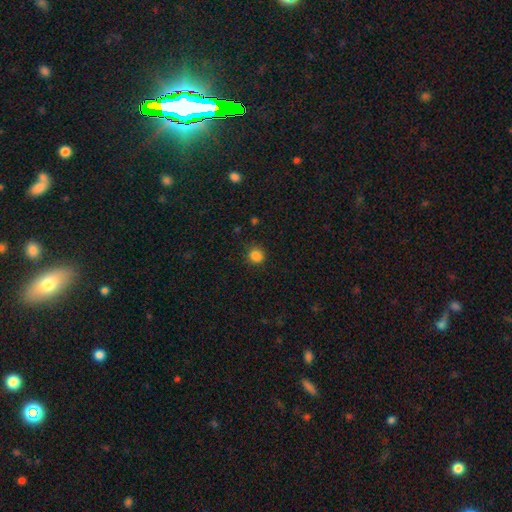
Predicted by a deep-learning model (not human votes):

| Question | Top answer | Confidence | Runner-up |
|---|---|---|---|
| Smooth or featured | smooth | 84% | star or artifact (12%) |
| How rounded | round | 78% | in between (21%) |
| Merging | none | 83% | minor disturbance (13%) |